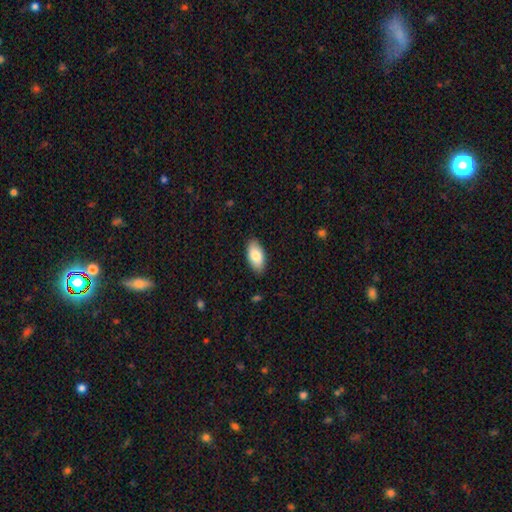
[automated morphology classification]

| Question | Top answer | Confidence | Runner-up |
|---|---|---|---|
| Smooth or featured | smooth | 83% | featured or disk (12%) |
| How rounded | in between | 94% | cigar-shaped (4%) |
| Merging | none | 87% | minor disturbance (10%) |